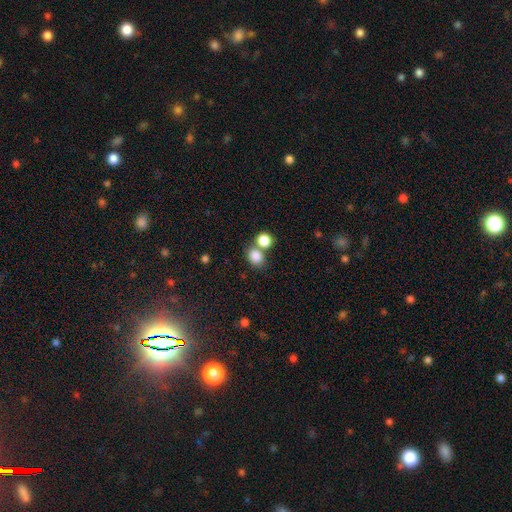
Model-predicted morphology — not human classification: Smooth or featured? smooth (83%)
How rounded? round (57%)
Merging? none (51%)